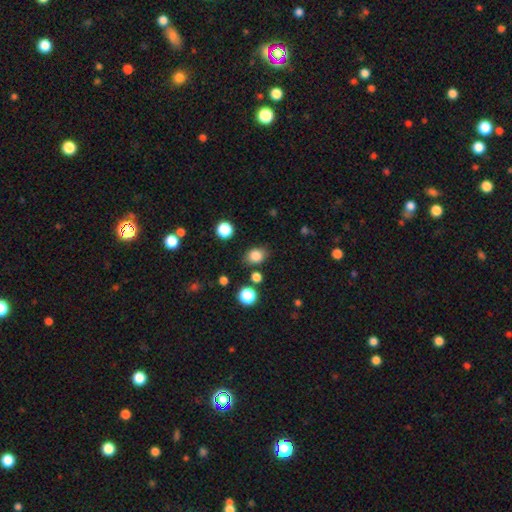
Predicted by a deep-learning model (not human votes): Smooth or featured?
  - smooth: 83% *
  - star or artifact: 12%
  - featured or disk: 5%
How rounded?
  - in between: 52% *
  - round: 47%
  - cigar-shaped: 1%
Merging?
  - none: 79% *
  - minor disturbance: 13%
  - merger: 4%
  - major disturbance: 4%